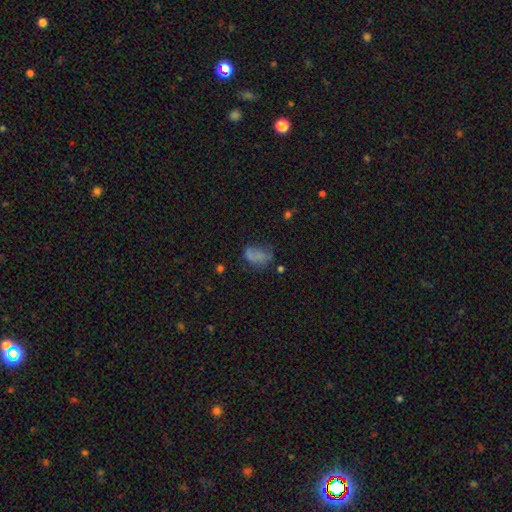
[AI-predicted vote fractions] A smooth galaxy with no disk features (63%) that is in between round and cigar-shaped (83%). Merging: none (36%).